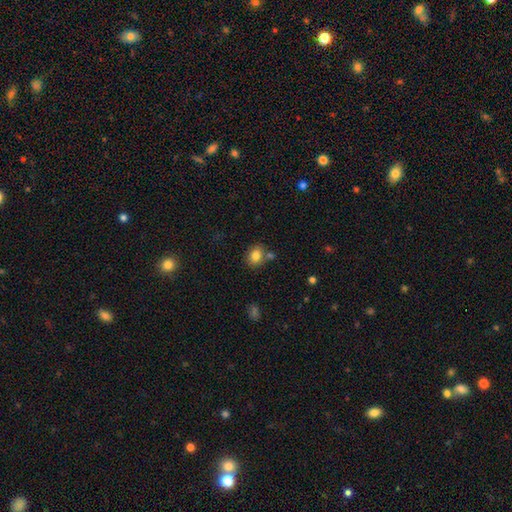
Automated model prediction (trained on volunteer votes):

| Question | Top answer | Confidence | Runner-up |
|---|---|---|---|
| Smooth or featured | smooth | 81% | star or artifact (11%) |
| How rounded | round | 54% | in between (45%) |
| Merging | none | 73% | merger (12%) |